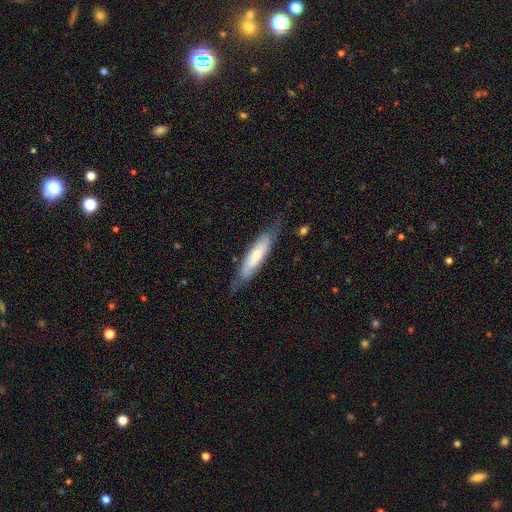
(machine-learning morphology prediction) This is possibly a smooth galaxy (52%). How rounded: likely cigar-shaped (73%). Merging: likely none (70%).